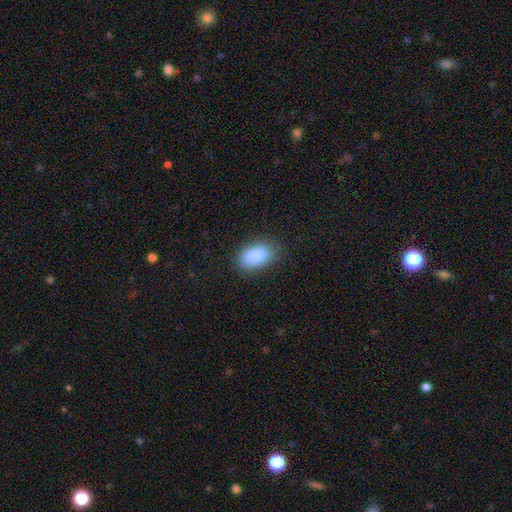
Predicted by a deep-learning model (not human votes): smooth_or_featured: smooth (p=0.88) [alt: star or artifact p=0.07]
how_rounded: in between (p=0.92) [alt: round p=0.06]
merging: none (p=0.81) [alt: minor disturbance p=0.14]